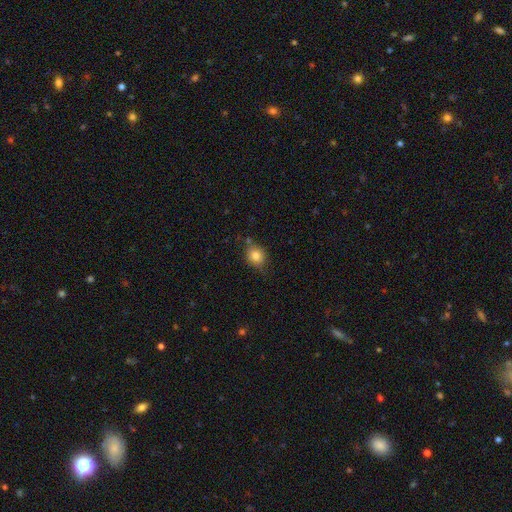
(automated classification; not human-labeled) Q: Smooth or featured?
A: smooth (81%); runner-up: star or artifact (10%)
Q: How rounded?
A: round (70%); runner-up: in between (29%)
Q: Merging?
A: none (72%); runner-up: minor disturbance (20%)